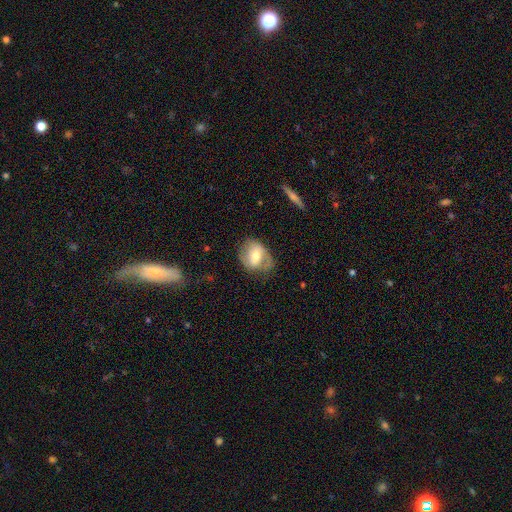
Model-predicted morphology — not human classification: Smooth or featured?
  - featured or disk: 58% *
  - smooth: 35%
  - star or artifact: 7%
Edge-on disk?
  - no: 95% *
  - yes: 5%
Bar?
  - weak: 43% *
  - no: 31%
  - strong: 26%
Spiral arms?
  - yes: 76% *
  - no: 24%
Bulge size?
  - moderate: 64% *
  - small: 27%
  - large: 7%
  - none: 1%
  - dominant: 1%
Merging?
  - none: 60% *
  - minor disturbance: 25%
  - major disturbance: 13%
  - merger: 2%